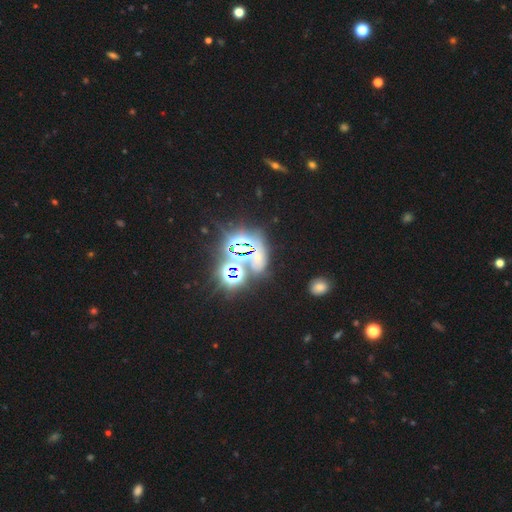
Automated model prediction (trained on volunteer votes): Smooth or featured? star or artifact (71%)